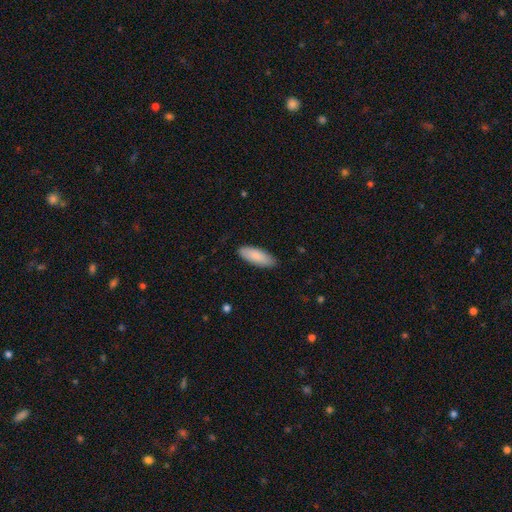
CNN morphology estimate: Smooth or featured? smooth (87%)
How rounded? in between (72%)
Merging? none (87%)